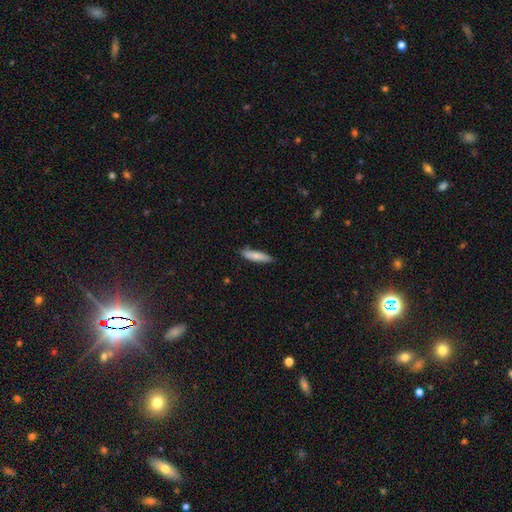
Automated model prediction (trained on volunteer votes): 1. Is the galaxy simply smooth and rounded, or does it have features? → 77% smooth, 17% featured or disk, 6% star or artifact.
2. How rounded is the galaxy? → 75% cigar-shaped, 23% in between, 2% round.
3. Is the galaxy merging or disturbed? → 85% none, 12% minor disturbance, 2% major disturbance, 1% merger.